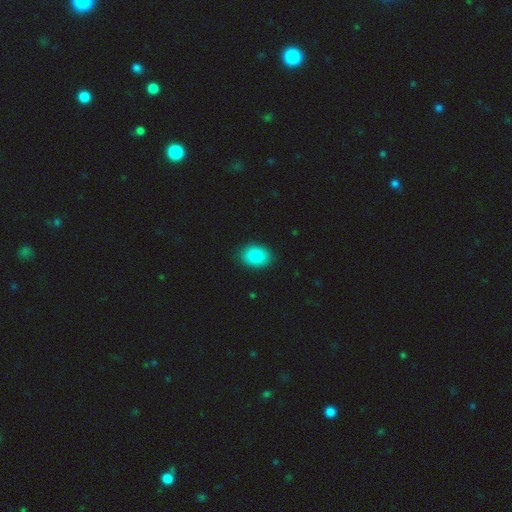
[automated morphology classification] Smooth or featured? Predicted: smooth (p=0.85). How rounded? Predicted: in between (p=0.70). Merging? Predicted: none (p=0.89).